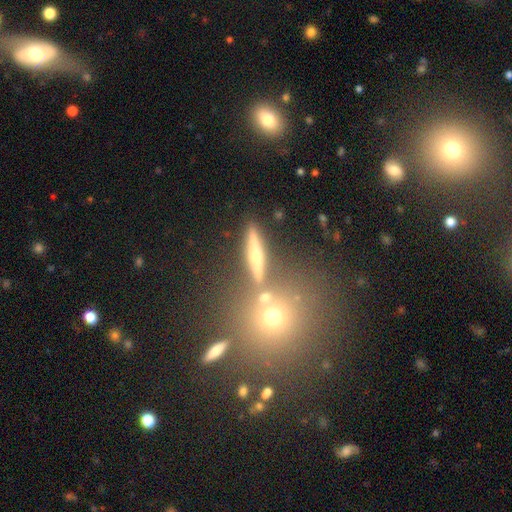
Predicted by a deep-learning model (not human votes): Smooth or featured? featured or disk (48%)
Merging? none (79%)